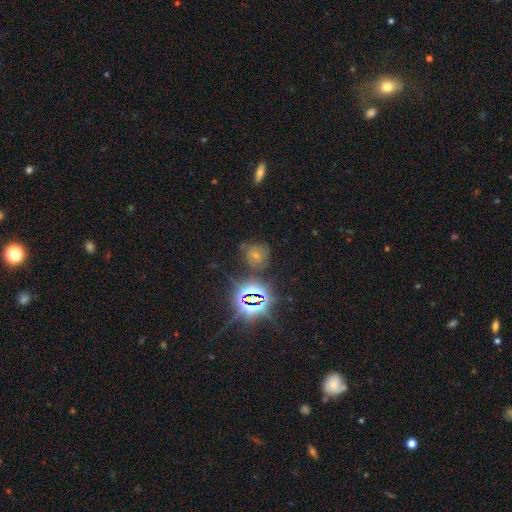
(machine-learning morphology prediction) Smooth or featured: smooth — 41% (star or artifact — 39%)
Merging: none — 68% (minor disturbance — 18%)